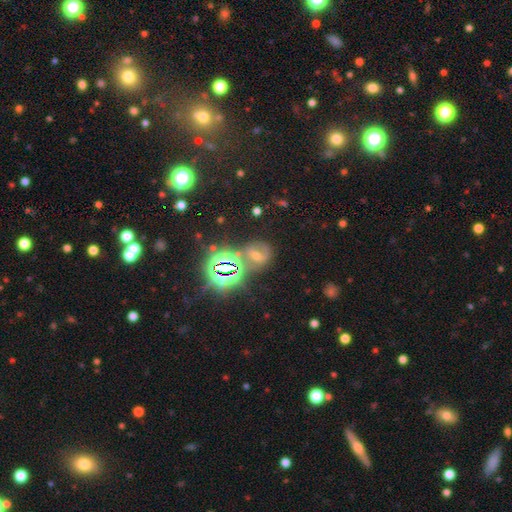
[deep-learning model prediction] smooth-or-featured: star or artifact: 60% | featured or disk: 21% | smooth: 19%